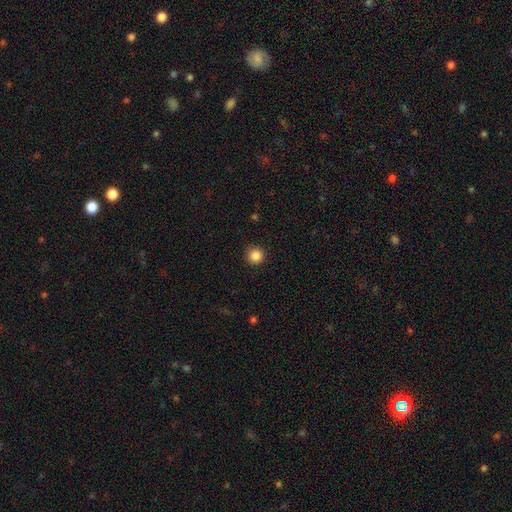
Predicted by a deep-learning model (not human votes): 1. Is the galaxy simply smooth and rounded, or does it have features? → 86% smooth, 11% star or artifact, 4% featured or disk.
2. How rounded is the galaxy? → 95% round, 4% in between, 1% cigar-shaped.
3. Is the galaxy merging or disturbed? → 90% none, 7% minor disturbance, 2% major disturbance, 1% merger.